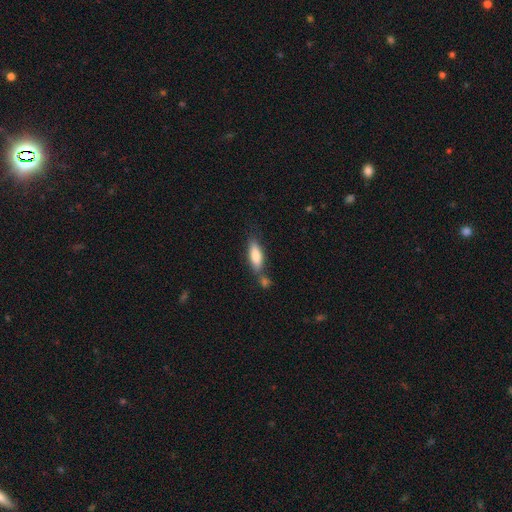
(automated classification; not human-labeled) Smooth or featured?
  - smooth: 80% *
  - featured or disk: 14%
  - star or artifact: 6%
How rounded?
  - in between: 64% *
  - cigar-shaped: 33%
  - round: 2%
Merging?
  - none: 57% *
  - merger: 22%
  - minor disturbance: 17%
  - major disturbance: 5%